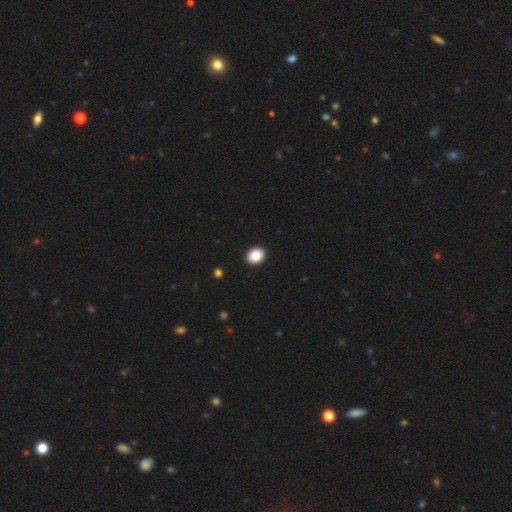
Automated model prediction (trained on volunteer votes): Q: Smooth or featured?
A: smooth (88%); runner-up: star or artifact (8%)
Q: How rounded?
A: round (55%); runner-up: in between (44%)
Q: Merging?
A: none (92%); runner-up: minor disturbance (5%)